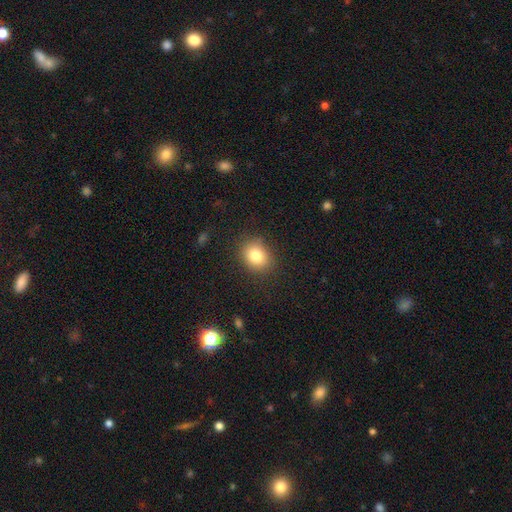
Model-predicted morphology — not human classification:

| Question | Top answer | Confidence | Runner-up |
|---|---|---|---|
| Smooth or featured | smooth | 82% | star or artifact (10%) |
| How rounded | round | 55% | in between (45%) |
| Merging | none | 86% | minor disturbance (10%) |